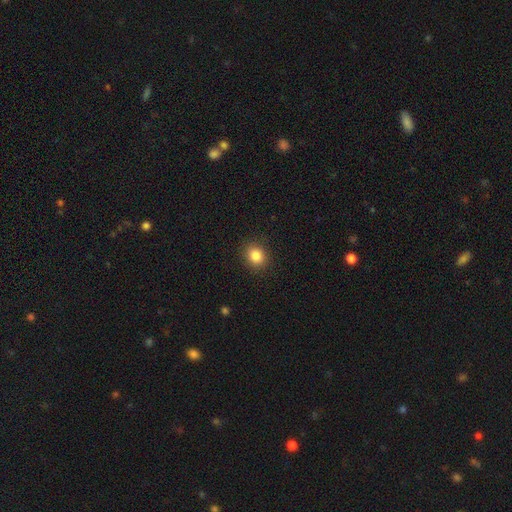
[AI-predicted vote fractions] Overall: smooth (85%). How rounded: round (71%). Merging: none (90%).